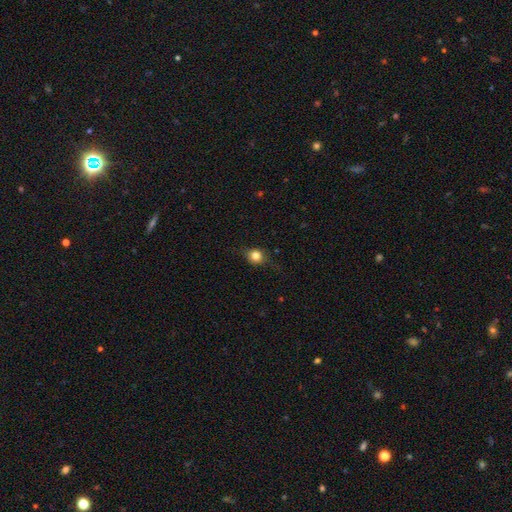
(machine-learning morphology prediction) A smooth galaxy with no disk features (77%) that is round (73%). Merging: none (74%).